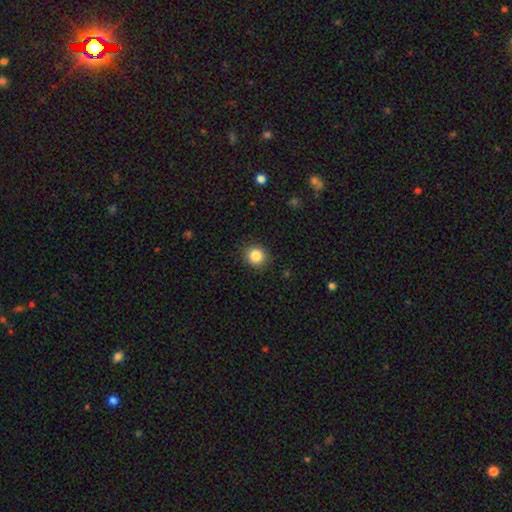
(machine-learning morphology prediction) This is clearly a smooth galaxy (85%). How rounded: clearly round (89%). Merging: clearly none (90%).